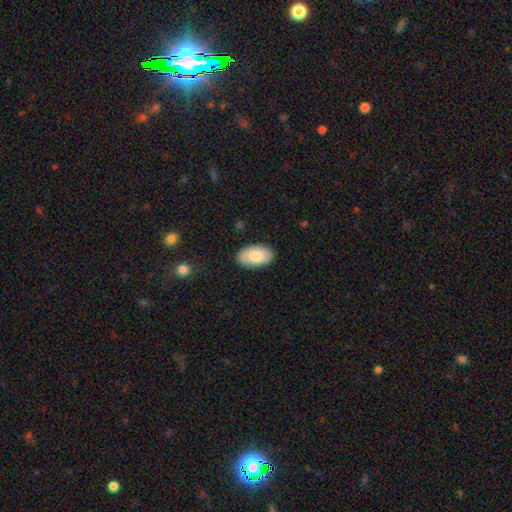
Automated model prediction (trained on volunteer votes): smooth-or-featured: smooth: 80% | featured or disk: 14% | star or artifact: 6%
  how-rounded: in between: 95% | round: 4% | cigar-shaped: 1%
  merging: none: 85% | minor disturbance: 11% | major disturbance: 2% | merger: 1%